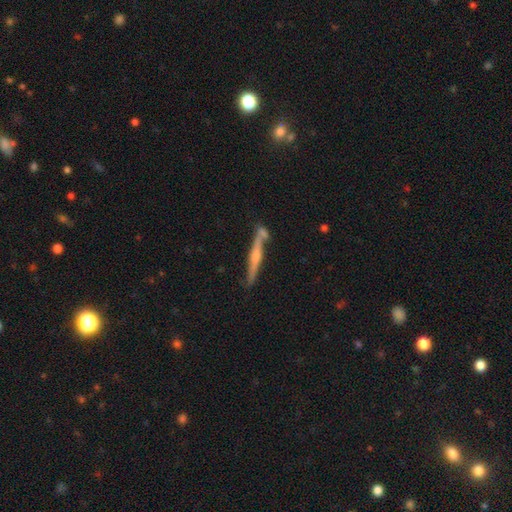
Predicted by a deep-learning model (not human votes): Smooth or featured? featured or disk (64%)
Edge-on disk? yes (95%)
Edge-on bulge? rounded (70%)
Merging? none (68%)